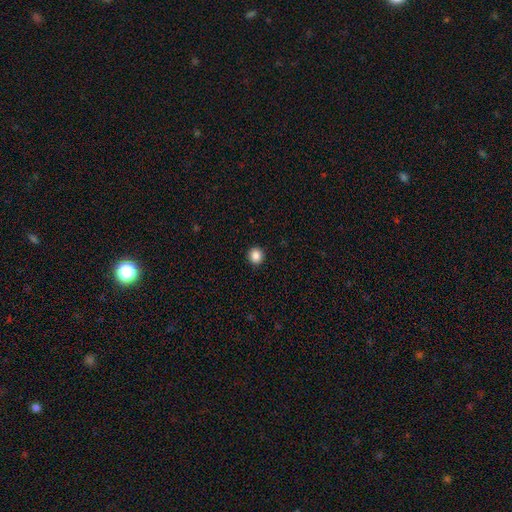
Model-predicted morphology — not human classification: The model was most divided on "how rounded": round: 87%, in between: 12%, cigar-shaped: 1%. More confident: merging — none (92%); smooth or featured — smooth (87%).